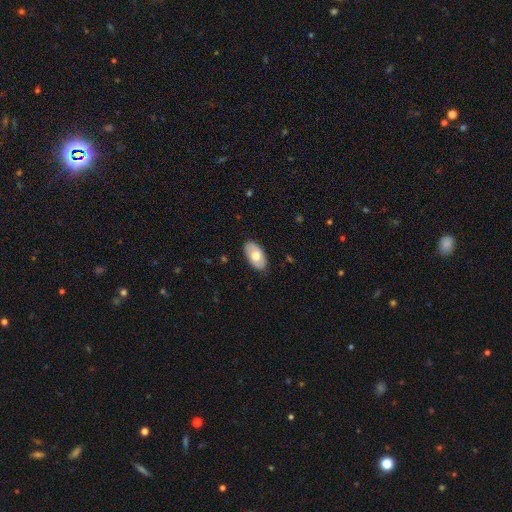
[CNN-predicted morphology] type=smooth (67%); roundness=in between (94%); merging=none (86%).